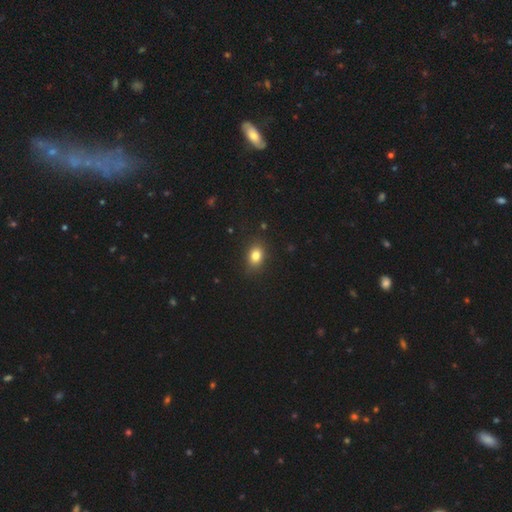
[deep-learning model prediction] smooth 82%, star or artifact 11%, featured or disk 7%. Down the decision tree: how rounded — in between (71%); merging — none (85%).